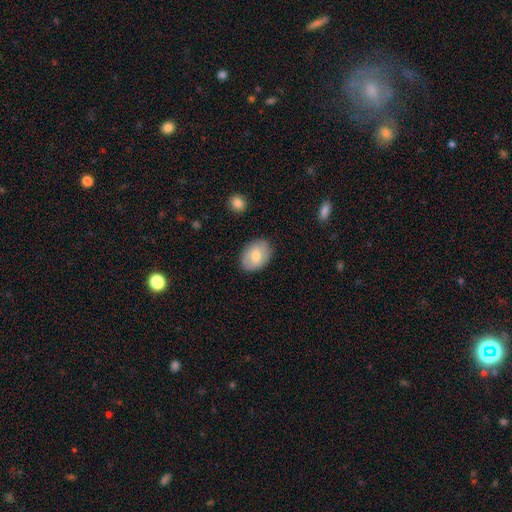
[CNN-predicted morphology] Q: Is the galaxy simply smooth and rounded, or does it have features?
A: smooth — 74%.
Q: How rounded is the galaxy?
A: in between — 80%.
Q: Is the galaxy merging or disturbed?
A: none — 85%.